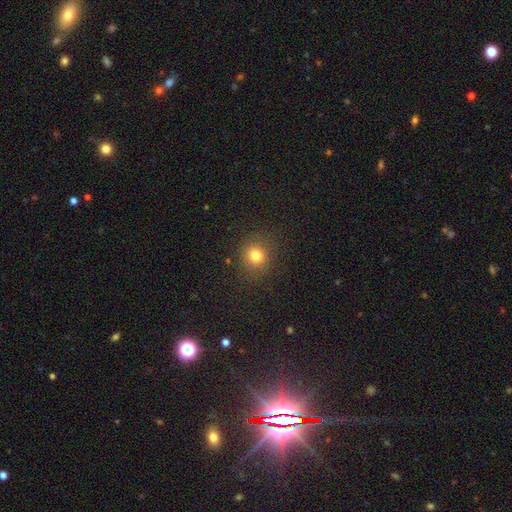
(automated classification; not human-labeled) Smooth or featured?
  - smooth: 79% *
  - star or artifact: 15%
  - featured or disk: 6%
How rounded?
  - round: 88% *
  - in between: 11%
  - cigar-shaped: 1%
Merging?
  - none: 88% *
  - minor disturbance: 8%
  - major disturbance: 3%
  - merger: 1%